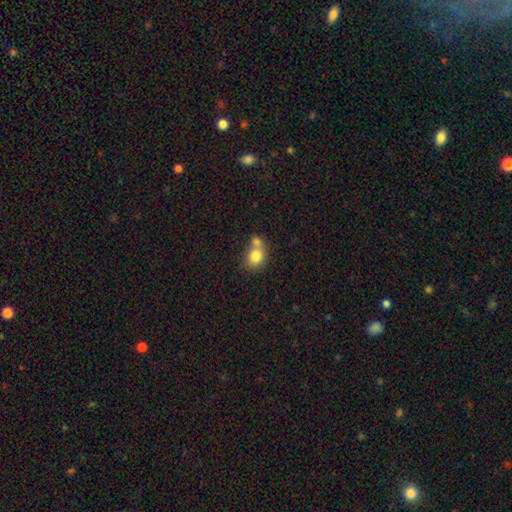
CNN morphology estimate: smooth_or_featured: smooth (p=0.79) [alt: featured or disk p=0.12]
how_rounded: round (p=0.59) [alt: in between p=0.40]
merging: merger (p=0.51) [alt: none p=0.36]